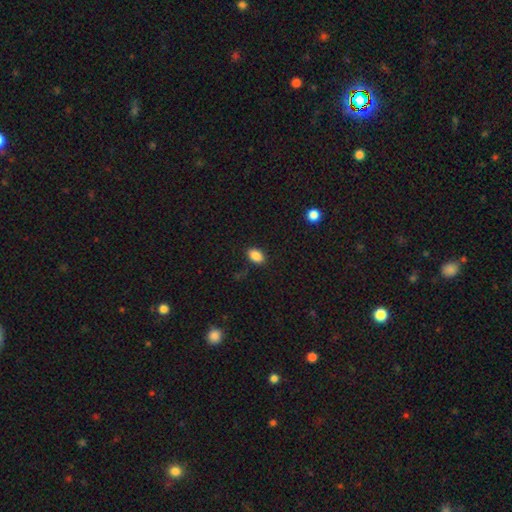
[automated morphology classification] Smooth or featured? Predicted: smooth (p=0.87). How rounded? Predicted: in between (p=0.87). Merging? Predicted: none (p=0.86).